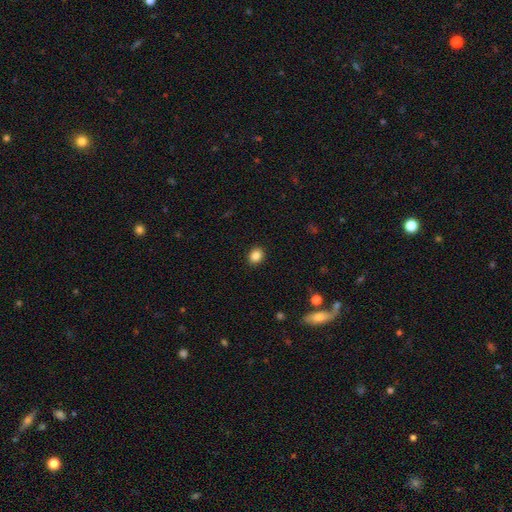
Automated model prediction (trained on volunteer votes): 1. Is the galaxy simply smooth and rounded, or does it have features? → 86% smooth, 10% star or artifact, 4% featured or disk.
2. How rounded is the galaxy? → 54% round, 45% in between, 1% cigar-shaped.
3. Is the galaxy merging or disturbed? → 91% none, 6% minor disturbance, 2% major disturbance, 1% merger.